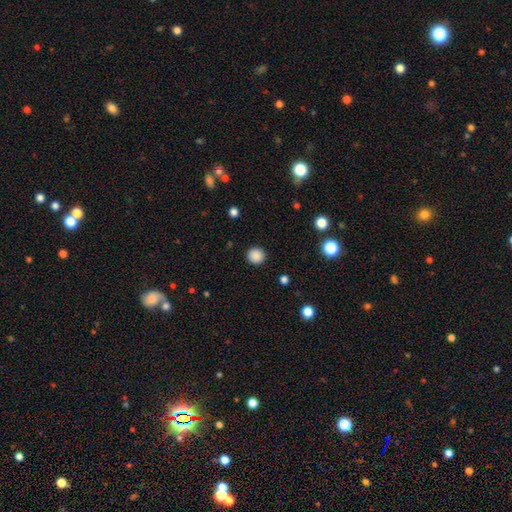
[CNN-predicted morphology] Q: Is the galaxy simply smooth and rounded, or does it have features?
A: smooth — 88%.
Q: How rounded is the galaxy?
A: round — 92%.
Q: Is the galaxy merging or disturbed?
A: none — 92%.